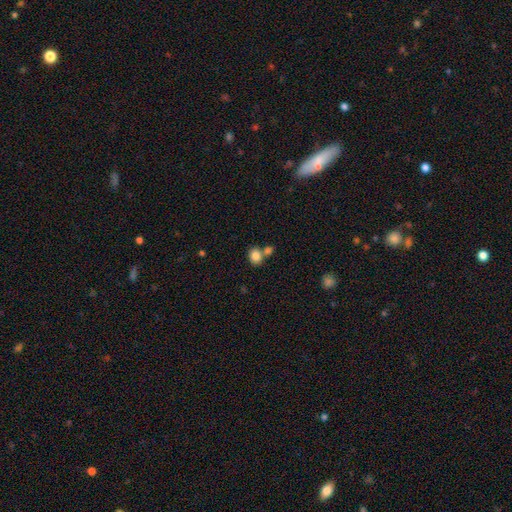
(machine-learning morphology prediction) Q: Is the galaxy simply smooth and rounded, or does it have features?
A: smooth — 84%.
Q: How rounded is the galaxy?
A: round — 51%.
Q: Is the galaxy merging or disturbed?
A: none — 53%.